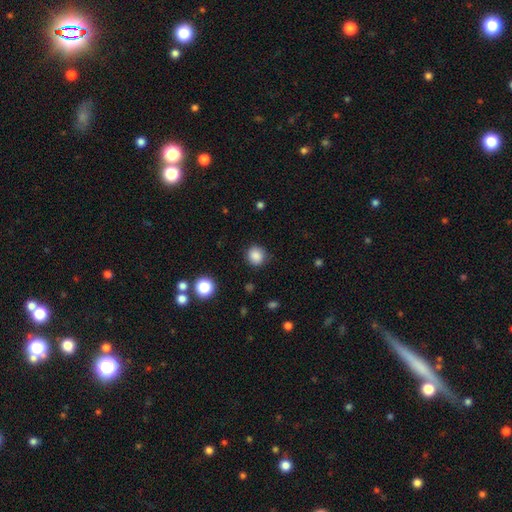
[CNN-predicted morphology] Q: Smooth or featured?
A: smooth (86%); runner-up: star or artifact (10%)
Q: How rounded?
A: round (88%); runner-up: in between (12%)
Q: Merging?
A: none (86%); runner-up: minor disturbance (10%)